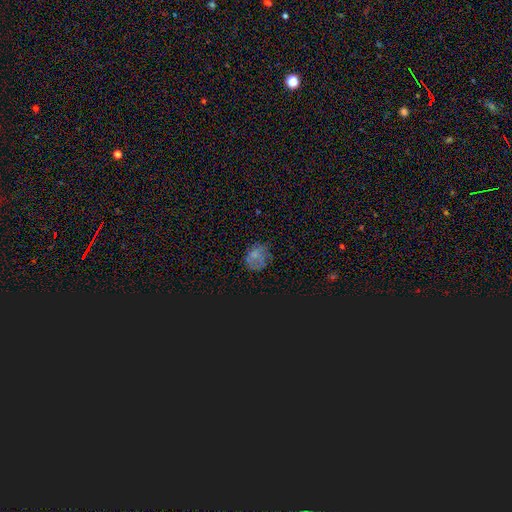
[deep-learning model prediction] This is possibly a smooth galaxy (51%). How rounded: likely round (64%). Merging: likely none (64%).